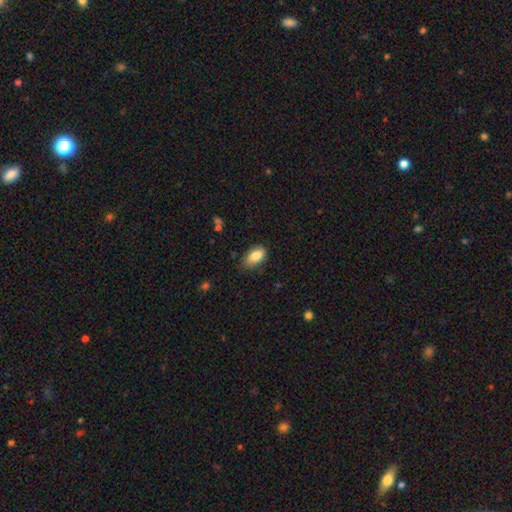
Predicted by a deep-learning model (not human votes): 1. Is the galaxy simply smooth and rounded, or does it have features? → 82% smooth, 11% featured or disk, 7% star or artifact.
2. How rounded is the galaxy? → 91% in between, 6% round, 3% cigar-shaped.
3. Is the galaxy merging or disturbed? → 71% none, 23% minor disturbance, 4% major disturbance, 2% merger.